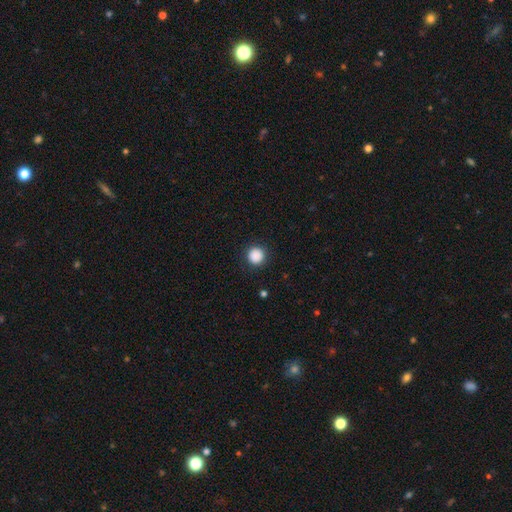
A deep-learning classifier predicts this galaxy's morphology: Overall: smooth (88%). How rounded: round (96%). Merging: none (91%).